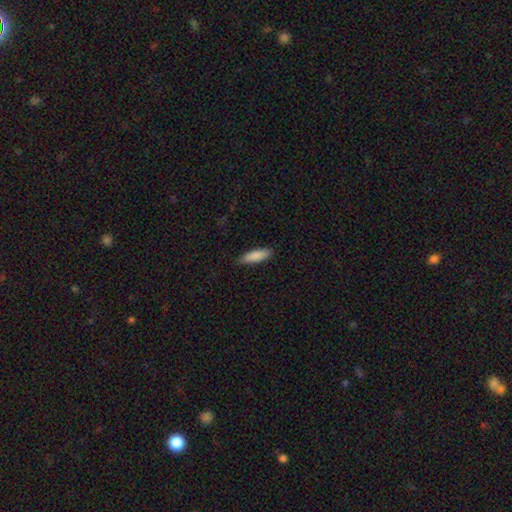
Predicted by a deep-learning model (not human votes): Morphology: type=smooth (87%); roundness=cigar-shaped (58%); merging=none (86%).